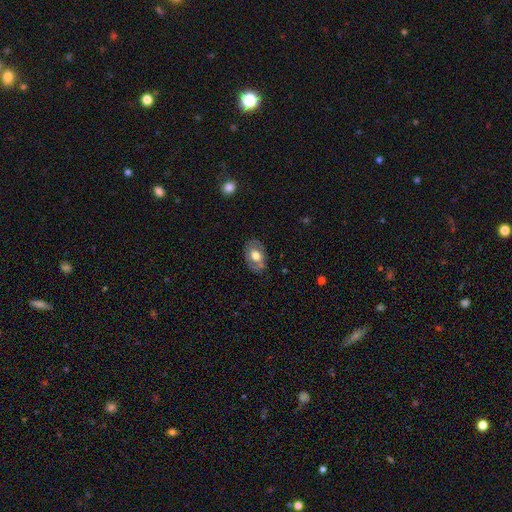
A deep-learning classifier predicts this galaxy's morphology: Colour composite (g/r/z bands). It shows a smooth galaxy with no disk features (55%) that is in between round and cigar-shaped (82%). Merging: none (74%).